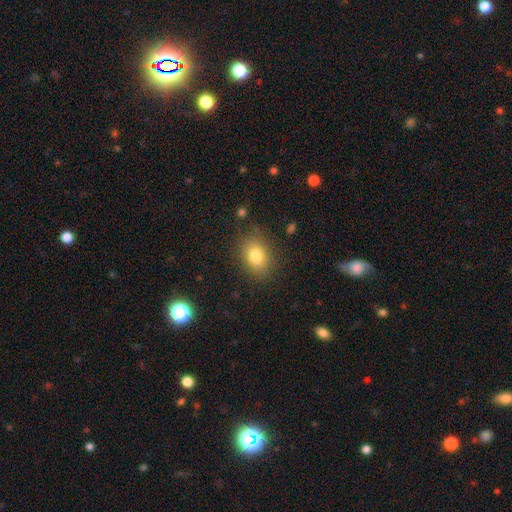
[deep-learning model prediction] A smooth galaxy with no disk features (81%) that is in between round and cigar-shaped (72%). Merging: none (83%).